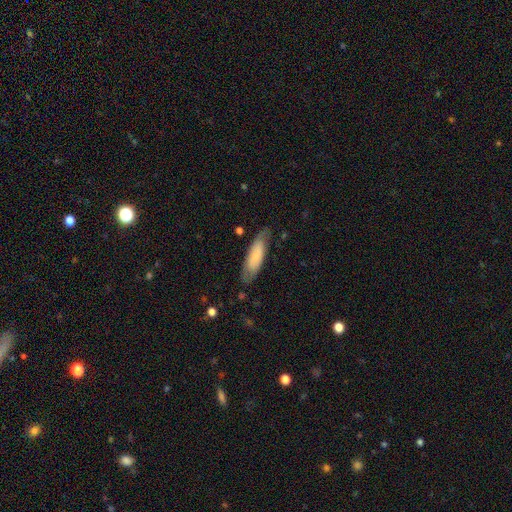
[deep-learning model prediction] Morphology: type=smooth (67%); roundness=cigar-shaped (50%); merging=none (72%).